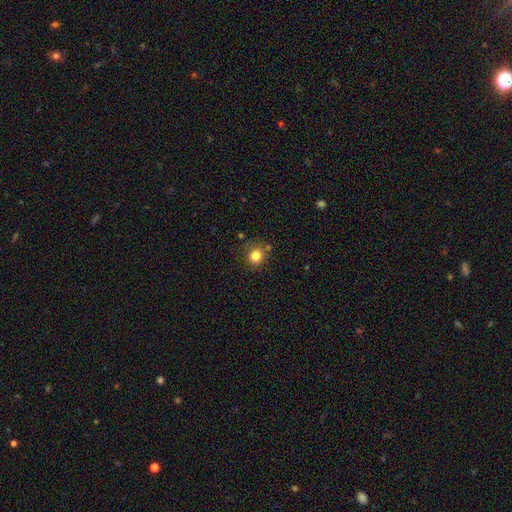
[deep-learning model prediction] A smooth galaxy with no disk features (82%) that is round (84%). Merging: none (79%).